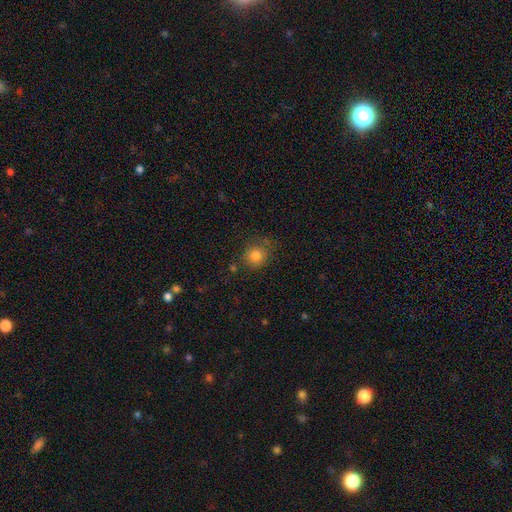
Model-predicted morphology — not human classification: smooth_or_featured: smooth (p=0.81) [alt: star or artifact p=0.13]
how_rounded: round (p=0.88) [alt: in between p=0.11]
merging: none (p=0.79) [alt: minor disturbance p=0.13]